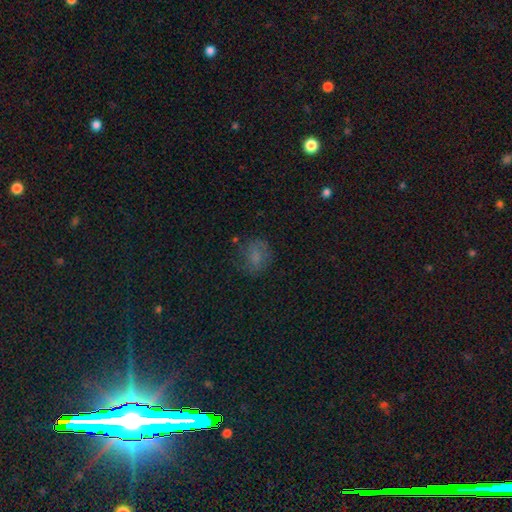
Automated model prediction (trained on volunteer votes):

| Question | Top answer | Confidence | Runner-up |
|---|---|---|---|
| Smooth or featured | smooth | 65% | star or artifact (18%) |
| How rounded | round | 65% | in between (34%) |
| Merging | none | 66% | minor disturbance (21%) |